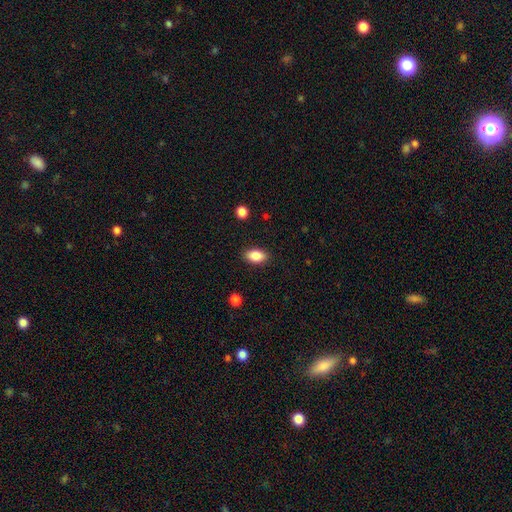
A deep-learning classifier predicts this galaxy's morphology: Smooth or featured: smooth — 87% (star or artifact — 8%)
How rounded: in between — 91% (round — 7%)
Merging: none — 88% (minor disturbance — 9%)